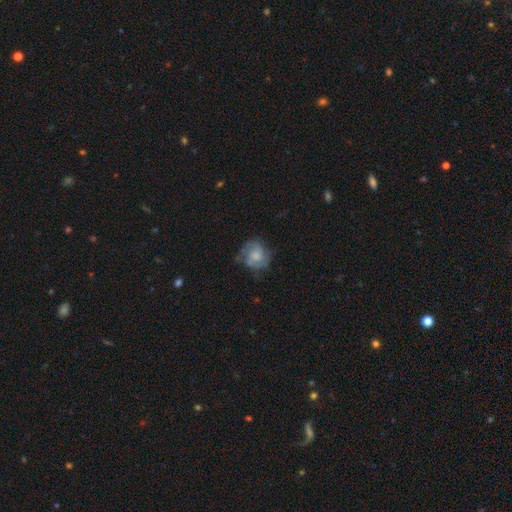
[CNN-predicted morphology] This appears to be a featured or disk galaxy (47%). Merging: none (51%).